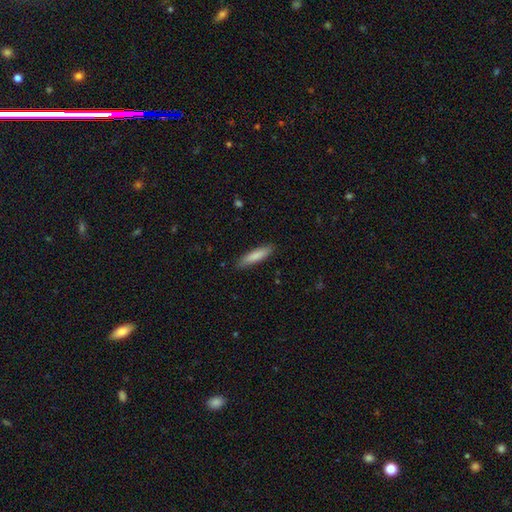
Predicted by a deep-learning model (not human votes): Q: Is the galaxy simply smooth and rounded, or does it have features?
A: smooth — 84%.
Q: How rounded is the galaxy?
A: cigar-shaped — 80%.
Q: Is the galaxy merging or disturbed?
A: none — 87%.